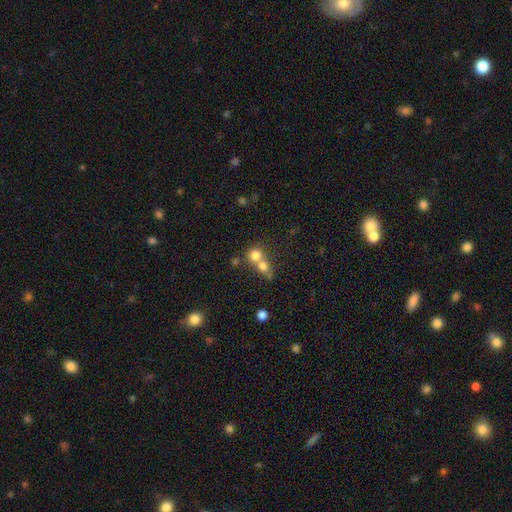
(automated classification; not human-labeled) This is likely a smooth galaxy (74%). How rounded: clearly round (81%). Merging: likely merger (60%).